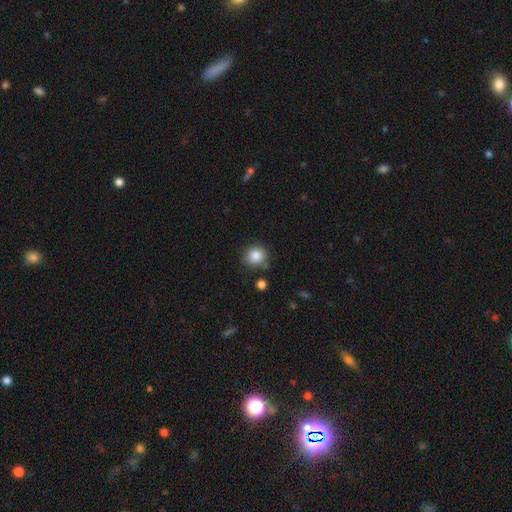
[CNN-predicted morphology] smooth_or_featured: smooth (p=0.85) [alt: star or artifact p=0.10]
how_rounded: round (p=0.88) [alt: in between p=0.11]
merging: none (p=0.82) [alt: minor disturbance p=0.10]